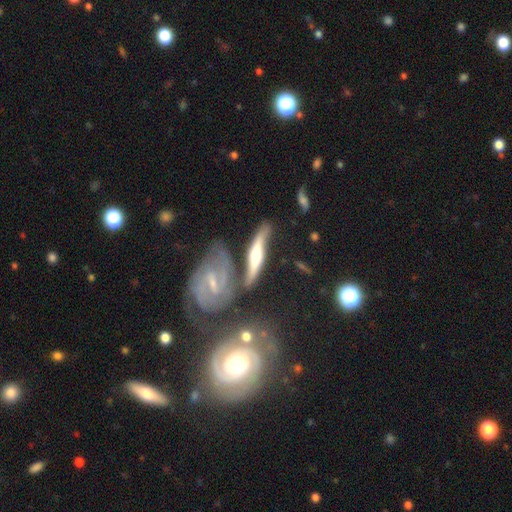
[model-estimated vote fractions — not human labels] Overall: featured or disk (68%). Edge-on disk: yes (76%). Edge-on bulge: rounded (85%). Merging: none (56%; merger 19%).